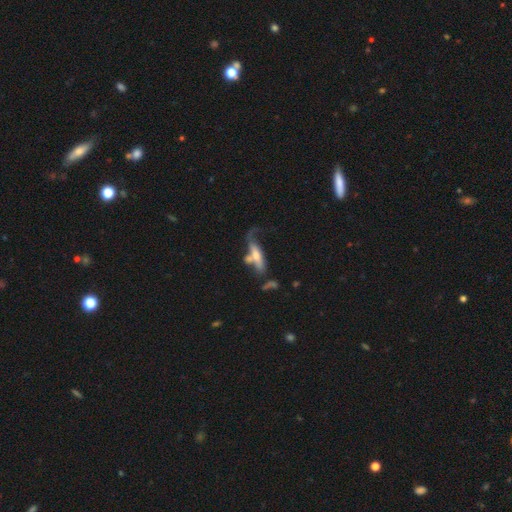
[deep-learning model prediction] Smooth or featured: featured or disk — 53% (smooth — 40%)
Edge-on disk: yes — 56% (no — 44%)
Merging: merger — 29% (none — 28%)